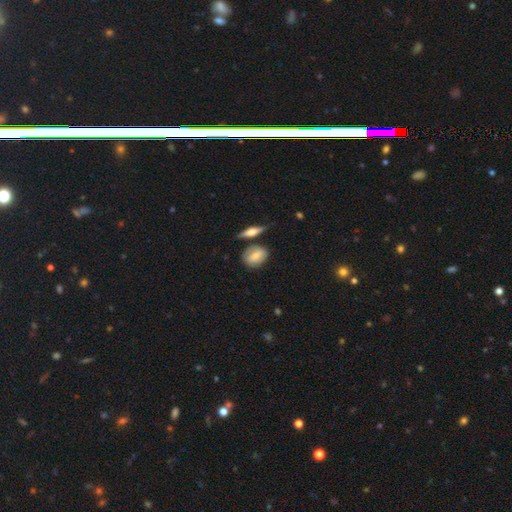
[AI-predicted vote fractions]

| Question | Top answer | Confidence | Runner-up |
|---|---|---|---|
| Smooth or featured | smooth | 66% | featured or disk (26%) |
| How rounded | in between | 59% | round (37%) |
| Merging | none | 65% | minor disturbance (19%) |